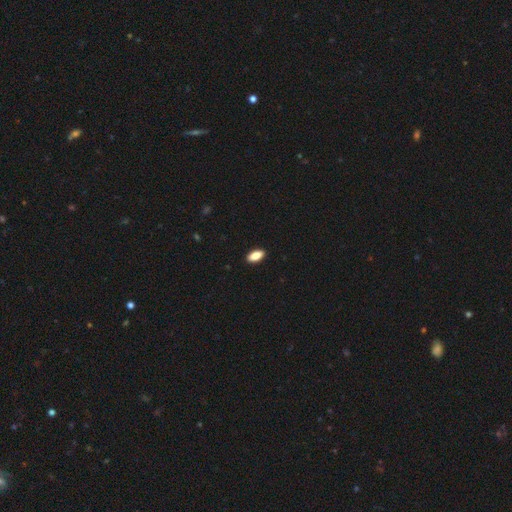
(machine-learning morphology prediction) The model was most divided on "smooth or featured": smooth: 86%, featured or disk: 7%, star or artifact: 7%. More confident: merging — none (91%); how rounded — in between (89%).